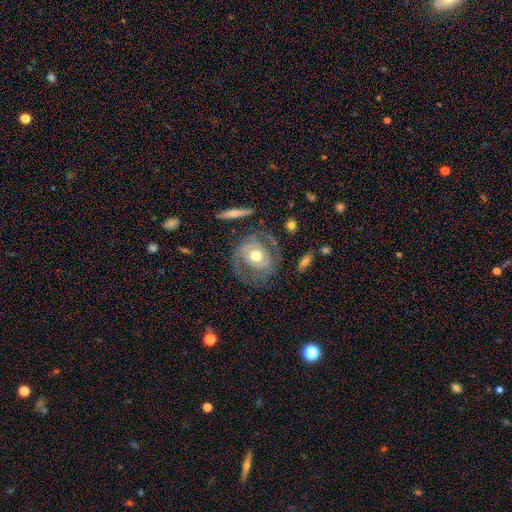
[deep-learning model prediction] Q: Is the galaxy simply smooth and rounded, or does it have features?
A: featured or disk — 78%.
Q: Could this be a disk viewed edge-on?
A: no — 96%.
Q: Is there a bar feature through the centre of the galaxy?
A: no — 67%.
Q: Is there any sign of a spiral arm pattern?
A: yes — 82%.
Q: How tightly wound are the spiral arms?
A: tight — 51%.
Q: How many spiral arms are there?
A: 2 — 73%.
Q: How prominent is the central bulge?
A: moderate — 75%.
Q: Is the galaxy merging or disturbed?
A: none — 67%.